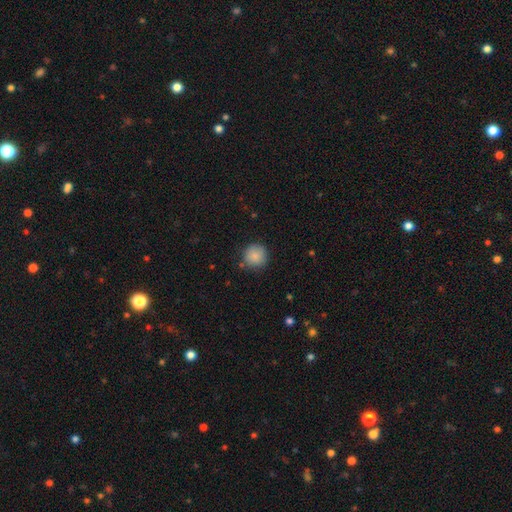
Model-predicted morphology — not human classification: This is clearly a smooth galaxy (87%). How rounded: clearly round (93%). Merging: clearly none (84%).